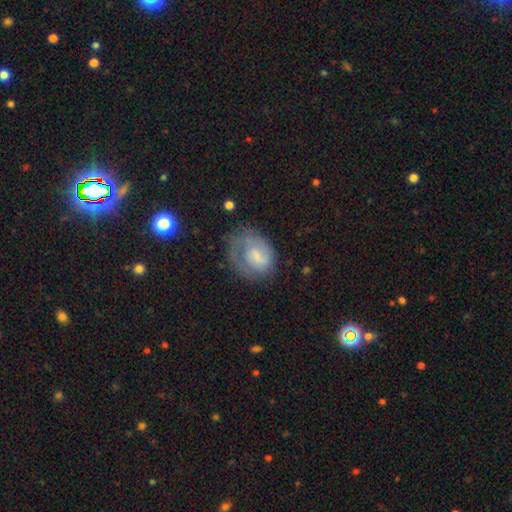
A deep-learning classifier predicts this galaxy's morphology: Smooth or featured? smooth (48%)
Merging? none (49%)